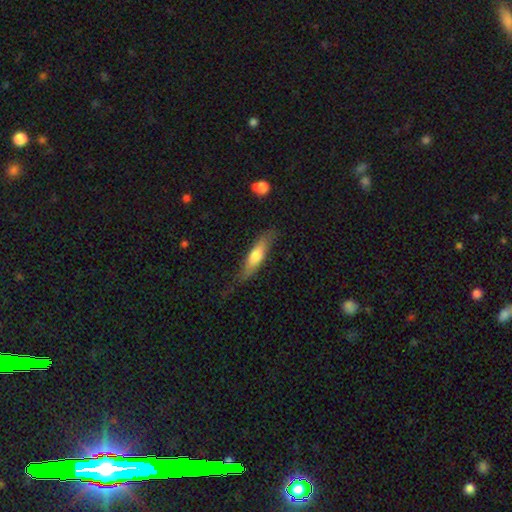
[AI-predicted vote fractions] smooth-or-featured: smooth: 61% | featured or disk: 33% | star or artifact: 6%
  how-rounded: cigar-shaped: 65% | in between: 32% | round: 2%
  merging: none: 69% | minor disturbance: 22% | major disturbance: 7% | merger: 2%